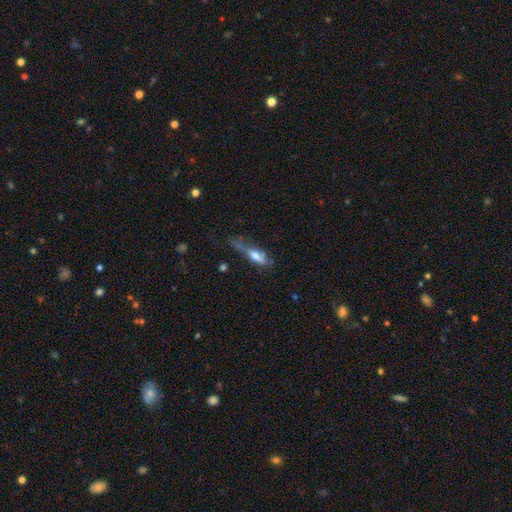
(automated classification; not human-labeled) smooth-or-featured: smooth: 62% | featured or disk: 30% | star or artifact: 8%
  how-rounded: cigar-shaped: 56% | in between: 41% | round: 3%
  merging: none: 36% | minor disturbance: 33% | major disturbance: 26% | merger: 6%